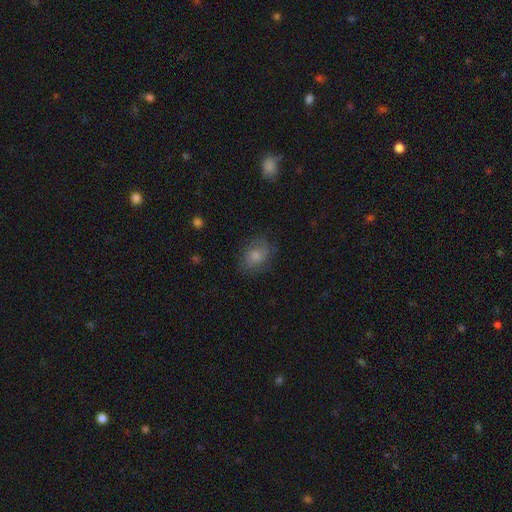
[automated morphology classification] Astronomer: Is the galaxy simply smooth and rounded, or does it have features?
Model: smooth — 50% (runner-up: featured or disk, 34%).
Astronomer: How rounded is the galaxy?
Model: in between — 55% (runner-up: round, 43%).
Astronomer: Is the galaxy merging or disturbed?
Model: none — 77%.